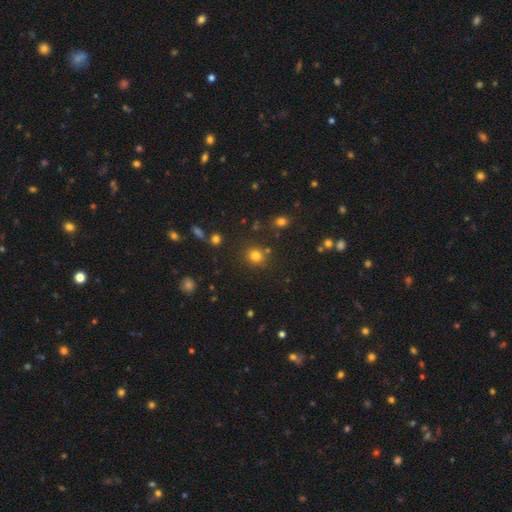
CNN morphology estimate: smooth_or_featured: smooth (p=0.78) [alt: star or artifact p=0.16]
how_rounded: round (p=0.82) [alt: in between p=0.17]
merging: none (p=0.81) [alt: minor disturbance p=0.09]